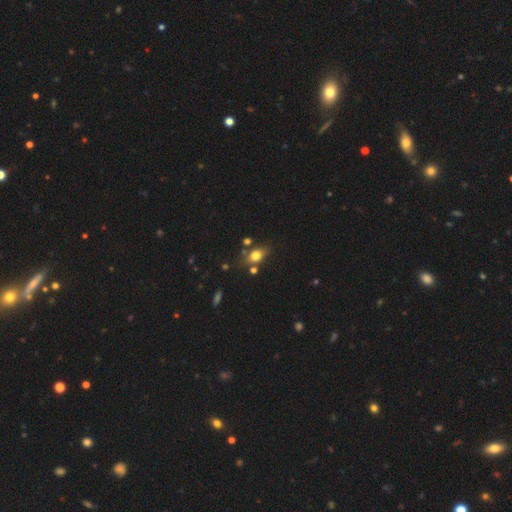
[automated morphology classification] smooth-or-featured: smooth: 75% | featured or disk: 13% | star or artifact: 12%
  how-rounded: in between: 73% | round: 24% | cigar-shaped: 3%
  merging: none: 69% | minor disturbance: 16% | merger: 10% | major disturbance: 5%